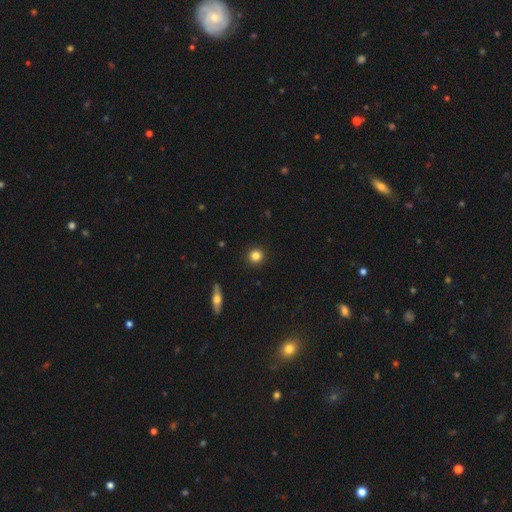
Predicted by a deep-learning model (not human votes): Smooth or featured: smooth — 84% (star or artifact — 10%)
How rounded: round — 94% (in between — 5%)
Merging: none — 92% (minor disturbance — 5%)